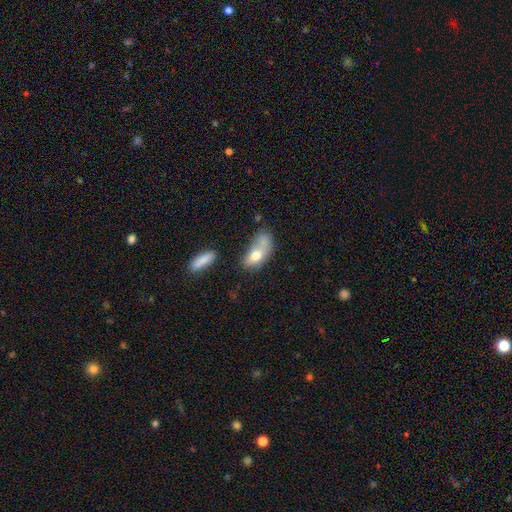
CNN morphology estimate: Q: Smooth or featured?
A: smooth (70%); runner-up: featured or disk (22%)
Q: How rounded?
A: in between (83%); runner-up: round (10%)
Q: Merging?
A: merger (32%); runner-up: none (24%)